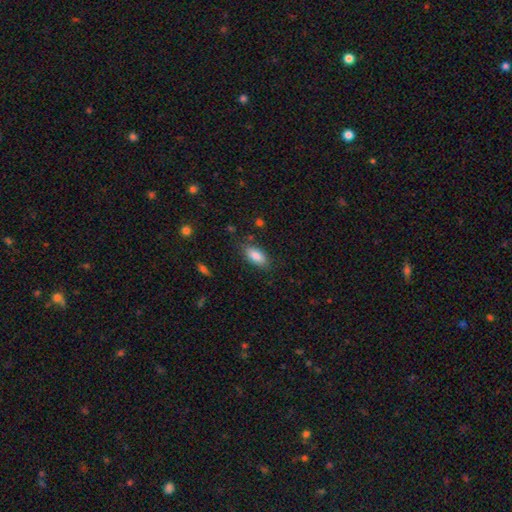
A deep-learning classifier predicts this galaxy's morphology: Smooth or featured: smooth — 85% (featured or disk — 8%)
How rounded: in between — 89% (cigar-shaped — 9%)
Merging: none — 82% (minor disturbance — 13%)